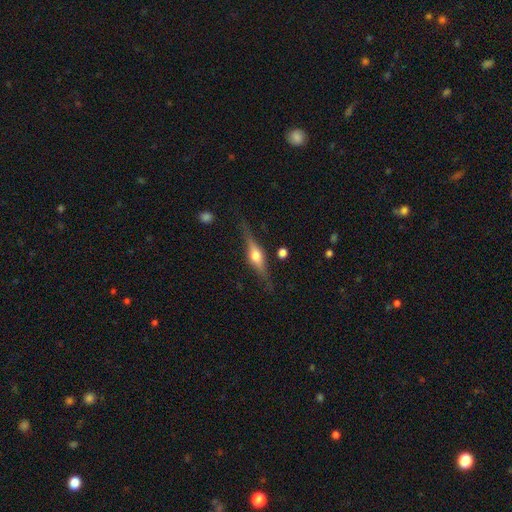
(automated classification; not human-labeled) This appears to be a featured or disk galaxy (73%) viewed edge-on (96%) with a rounded central bulge (93%). Merging: none (82%).